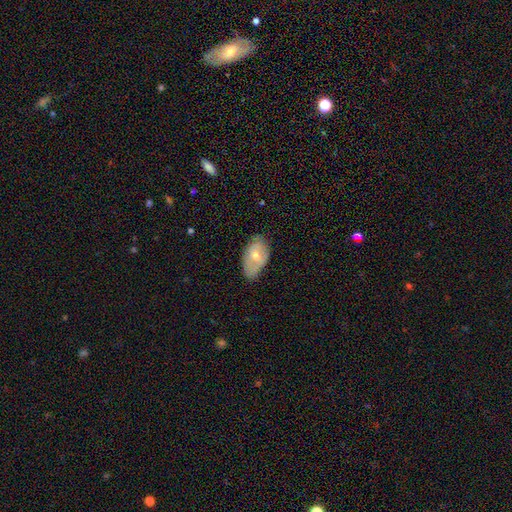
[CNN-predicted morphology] Q: Smooth or featured?
A: smooth (52%); runner-up: featured or disk (42%)
Q: How rounded?
A: in between (92%); runner-up: round (6%)
Q: Merging?
A: none (54%); runner-up: minor disturbance (35%)